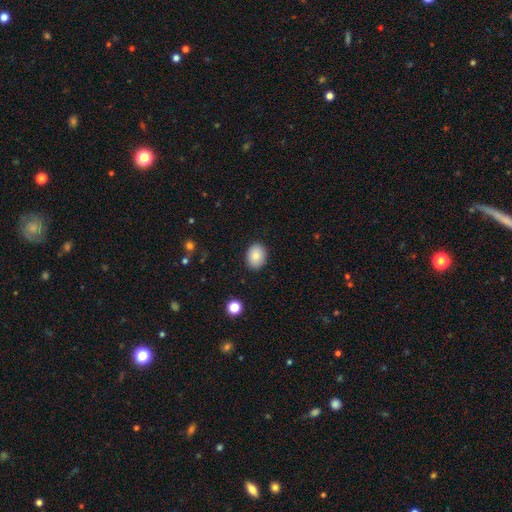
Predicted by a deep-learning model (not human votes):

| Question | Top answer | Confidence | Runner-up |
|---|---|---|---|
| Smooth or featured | smooth | 85% | star or artifact (8%) |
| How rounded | in between | 59% | round (40%) |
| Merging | none | 89% | minor disturbance (8%) |